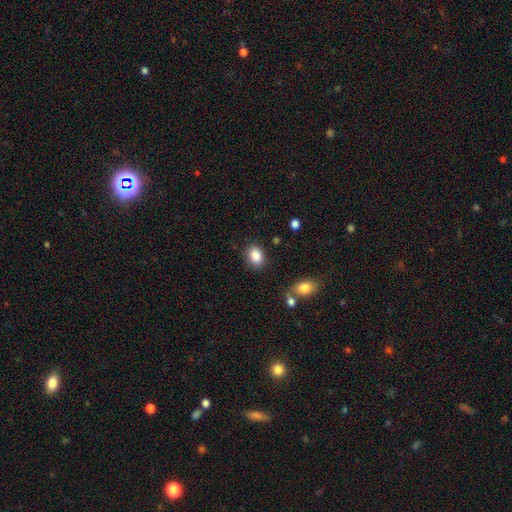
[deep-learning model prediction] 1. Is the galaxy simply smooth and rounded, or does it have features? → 87% smooth, 8% star or artifact, 4% featured or disk.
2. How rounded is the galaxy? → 70% in between, 29% round, 1% cigar-shaped.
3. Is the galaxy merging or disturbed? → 85% none, 10% minor disturbance, 3% major disturbance, 2% merger.